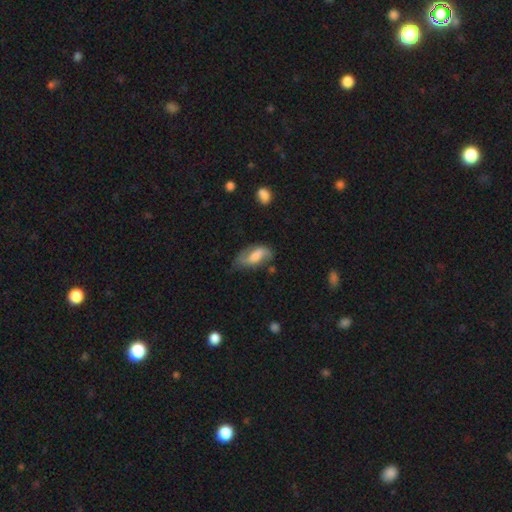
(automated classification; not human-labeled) smooth_or_featured: featured or disk (p=0.55) [alt: smooth p=0.38]
disk_edge_on: no (p=0.93) [alt: yes p=0.07]
bar: weak (p=0.44) [alt: no p=0.29]
has_spiral_arms: yes (p=0.84) [alt: no p=0.16]
bulge_size: moderate (p=0.37) [alt: large p=0.23]
merging: none (p=0.57) [alt: minor disturbance p=0.28]